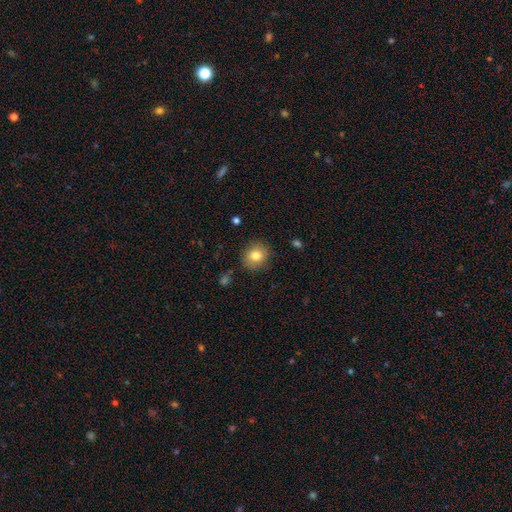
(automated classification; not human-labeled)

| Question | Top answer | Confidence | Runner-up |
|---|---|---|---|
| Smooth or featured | smooth | 80% | star or artifact (10%) |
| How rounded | round | 81% | in between (19%) |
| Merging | none | 86% | minor disturbance (10%) |